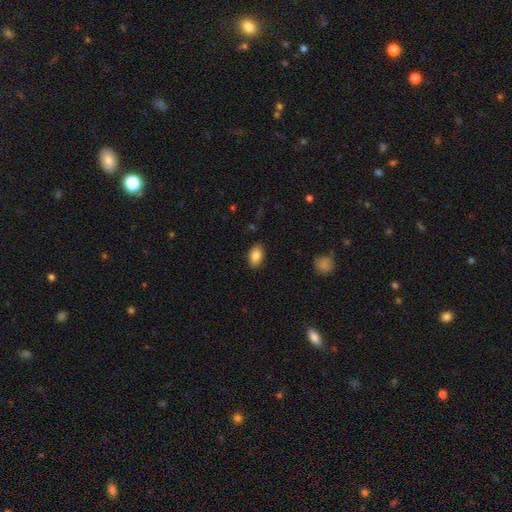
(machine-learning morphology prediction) Smooth or featured: smooth — 85% (featured or disk — 7%)
How rounded: in between — 90% (round — 8%)
Merging: none — 88% (minor disturbance — 8%)